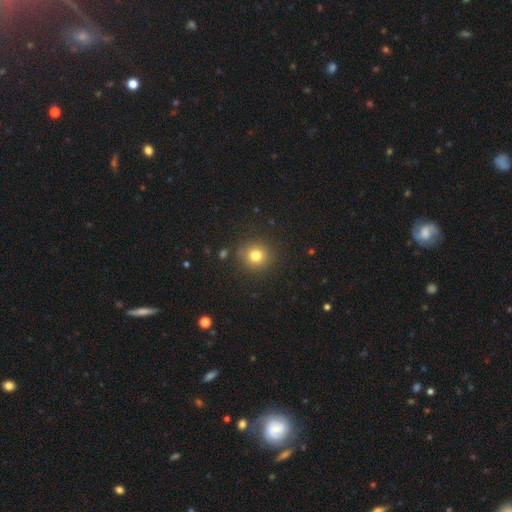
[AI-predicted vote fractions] Overall: smooth (79%). How rounded: round (89%). Merging: none (86%).